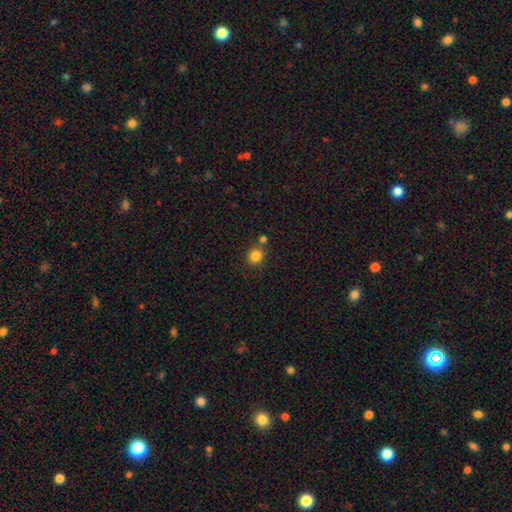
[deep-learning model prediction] smooth 84%, star or artifact 12%, featured or disk 5%. Down the decision tree: how rounded — round (86%); merging — none (74%).